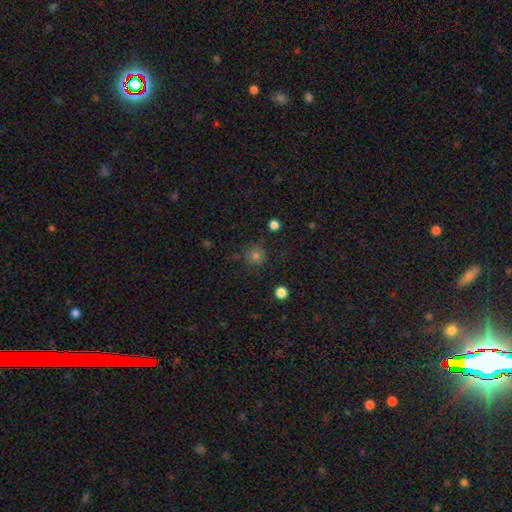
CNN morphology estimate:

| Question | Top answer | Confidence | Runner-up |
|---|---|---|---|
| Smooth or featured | smooth | 73% | star or artifact (18%) |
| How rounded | round | 93% | in between (6%) |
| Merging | none | 83% | minor disturbance (12%) |